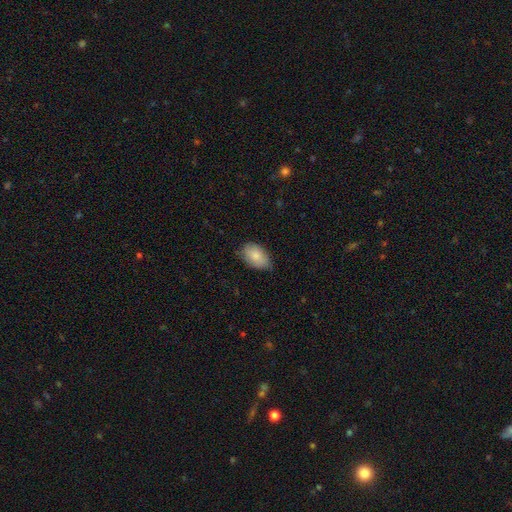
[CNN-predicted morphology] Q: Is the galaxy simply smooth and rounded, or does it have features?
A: smooth — 84%.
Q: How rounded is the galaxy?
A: in between — 92%.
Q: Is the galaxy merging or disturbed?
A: none — 70%.